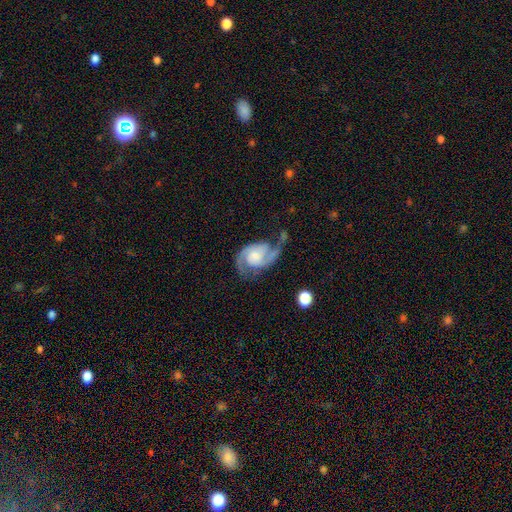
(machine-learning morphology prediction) Q: Smooth or featured?
A: featured or disk (88%); runner-up: smooth (7%)
Q: Edge-on disk?
A: no (98%); runner-up: yes (2%)
Q: Bar?
A: no (64%); runner-up: weak (29%)
Q: Spiral arms?
A: yes (97%); runner-up: no (3%)
Q: Spiral winding?
A: medium (52%); runner-up: loose (25%)
Q: Spiral arm count?
A: 2 (90%); runner-up: 1 (4%)
Q: Bulge size?
A: moderate (34%); runner-up: small (30%)
Q: Merging?
A: none (52%); runner-up: minor disturbance (23%)